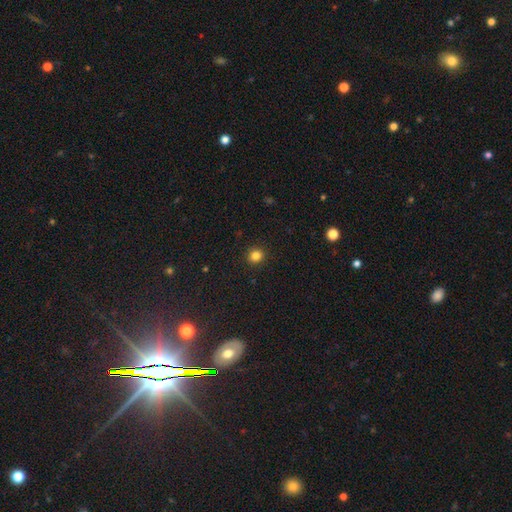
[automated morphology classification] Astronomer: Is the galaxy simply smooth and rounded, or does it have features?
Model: smooth — 83%.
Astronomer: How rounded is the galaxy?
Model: round — 88%.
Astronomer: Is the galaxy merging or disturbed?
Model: none — 92%.